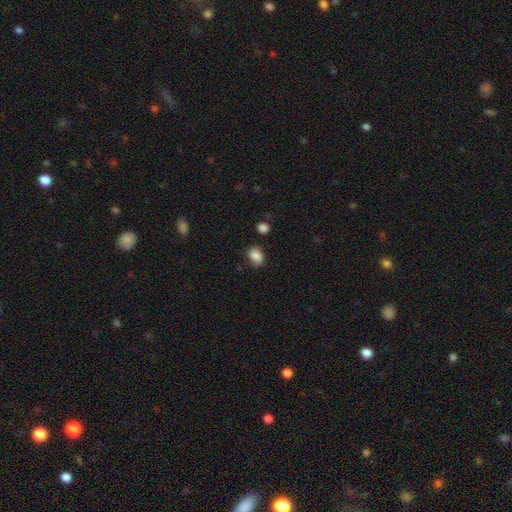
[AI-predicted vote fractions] Q: Smooth or featured?
A: smooth (85%); runner-up: star or artifact (9%)
Q: How rounded?
A: in between (67%); runner-up: round (31%)
Q: Merging?
A: none (74%); runner-up: minor disturbance (19%)